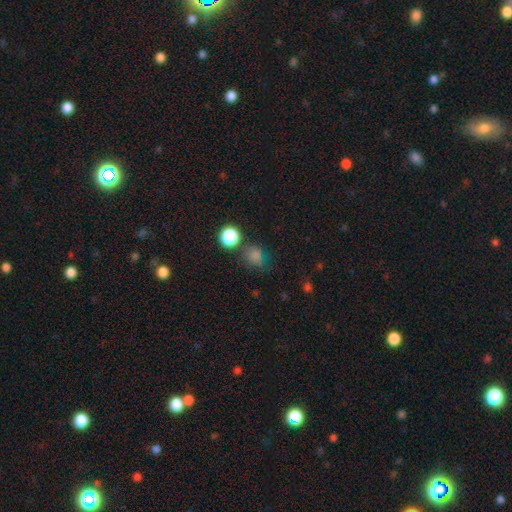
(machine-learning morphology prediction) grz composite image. It shows a smooth galaxy with no disk features (73%) that is round (77%). Merging: none (66%).